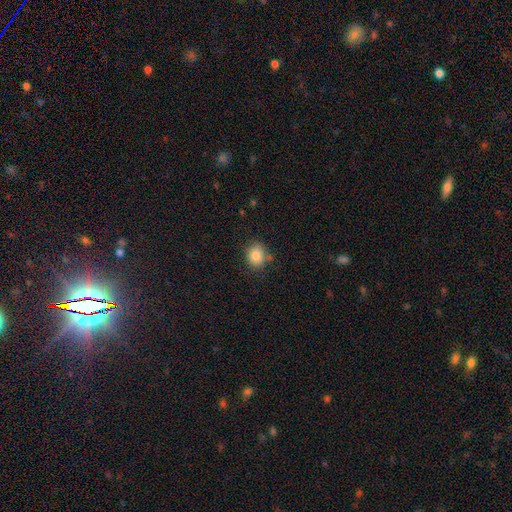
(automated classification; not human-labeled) Overall: smooth (84%). How rounded: round (58%; in between 41%). Merging: none (77%).